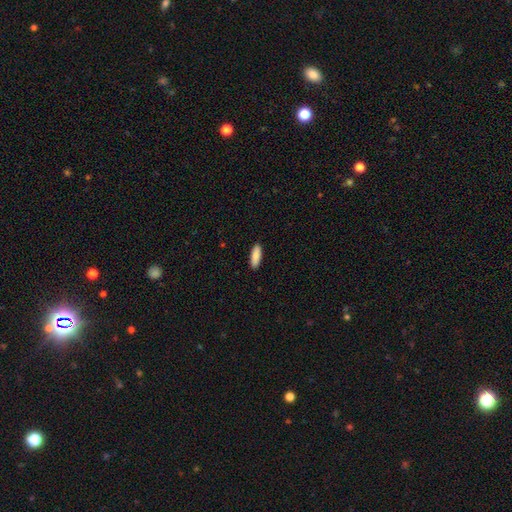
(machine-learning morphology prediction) A smooth galaxy with no disk features (89%) that is in between round and cigar-shaped (57%). Merging: none (91%).